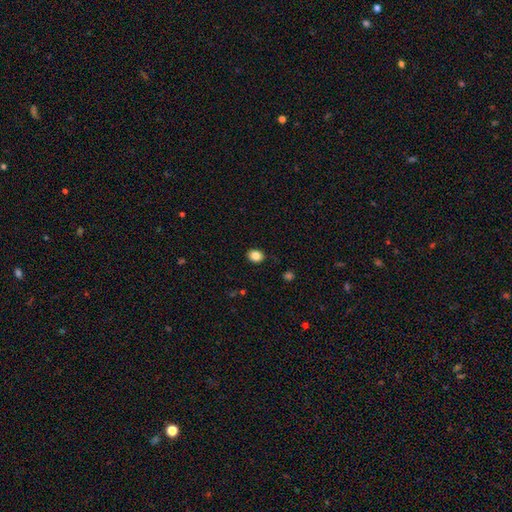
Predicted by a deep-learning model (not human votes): Morphology: type=smooth (84%); roundness=round (51%); merging=none (88%).